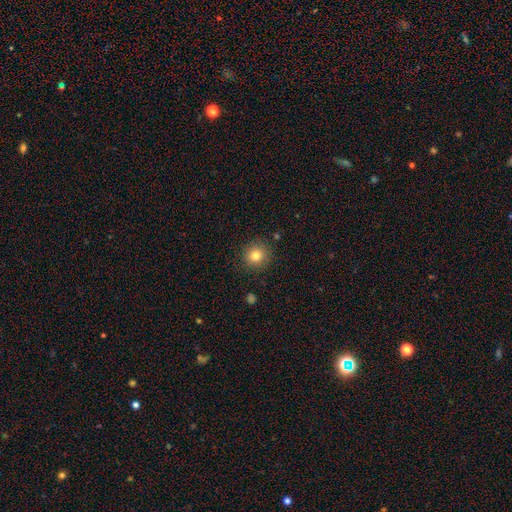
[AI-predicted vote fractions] Smooth or featured: smooth — 81% (star or artifact — 11%)
How rounded: round — 92% (in between — 7%)
Merging: none — 88% (minor disturbance — 8%)